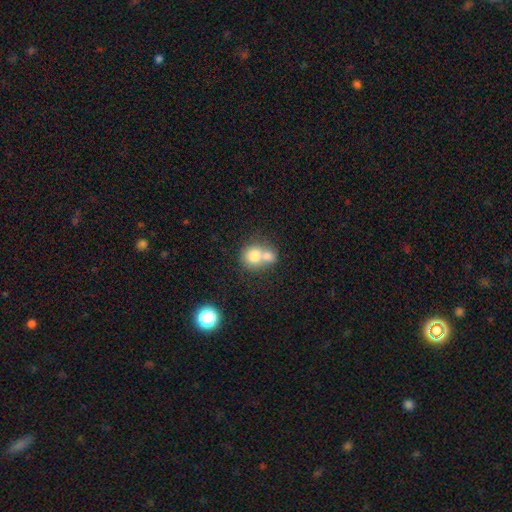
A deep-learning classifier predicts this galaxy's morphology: Smooth or featured?
  - smooth: 76% *
  - featured or disk: 14%
  - star or artifact: 10%
How rounded?
  - round: 77% *
  - in between: 22%
  - cigar-shaped: 1%
Merging?
  - merger: 61% *
  - none: 30%
  - minor disturbance: 6%
  - major disturbance: 3%